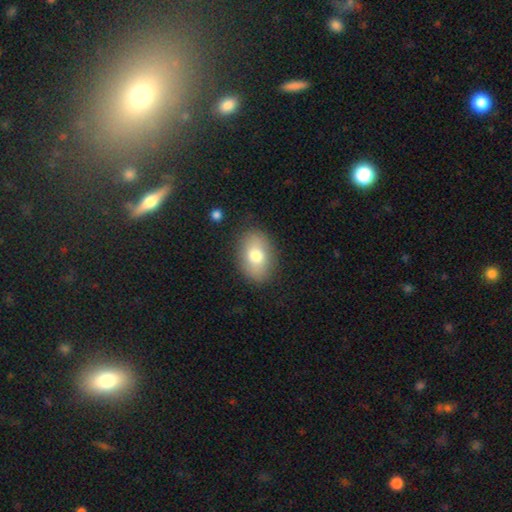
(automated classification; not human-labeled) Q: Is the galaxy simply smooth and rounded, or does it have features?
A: smooth — 74%.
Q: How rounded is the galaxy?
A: in between — 82%.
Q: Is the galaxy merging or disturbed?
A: none — 84%.